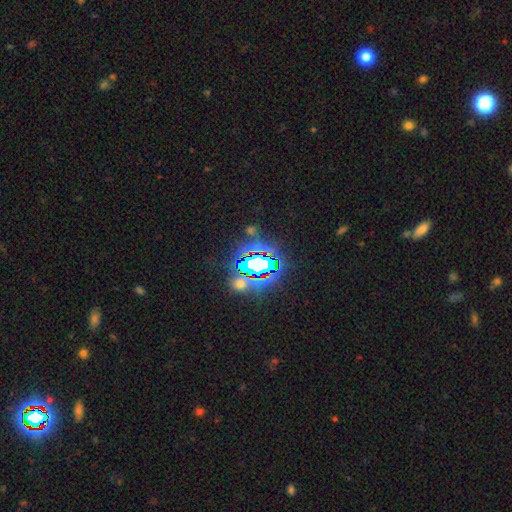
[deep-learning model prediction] Smooth or featured?
  - star or artifact: 75% *
  - smooth: 15%
  - featured or disk: 10%